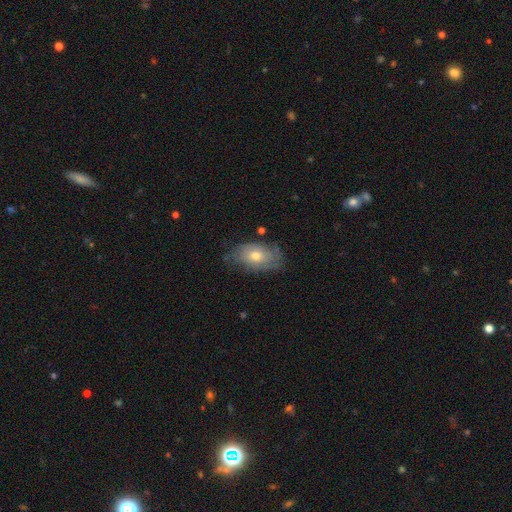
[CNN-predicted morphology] Q: Smooth or featured?
A: smooth (47%); runner-up: featured or disk (45%)
Q: Merging?
A: none (67%); runner-up: minor disturbance (25%)